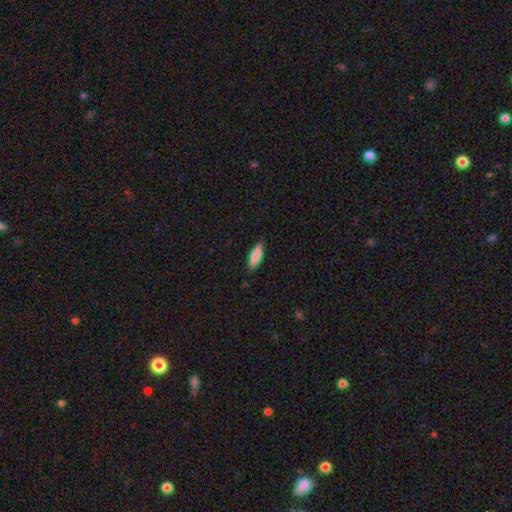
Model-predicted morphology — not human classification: A smooth galaxy with no disk features (85%) that is in between round and cigar-shaped (51%).

Vote fractions:
- Smooth or featured? smooth: 85% / featured or disk: 10% / star or artifact: 6%
- How rounded? in between: 51% / cigar-shaped: 47% / round: 2%
- Merging? none: 85% / minor disturbance: 12% / major disturbance: 2% / merger: 1%